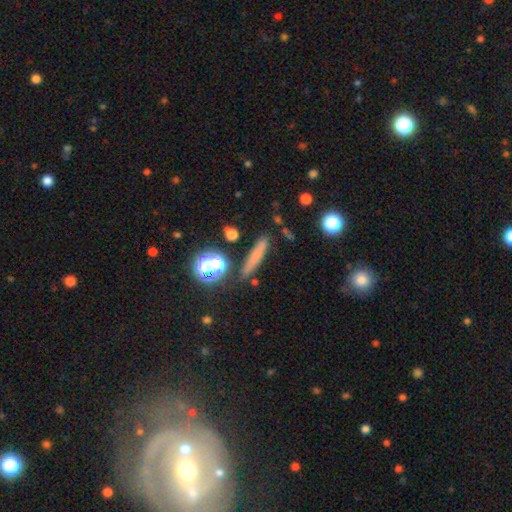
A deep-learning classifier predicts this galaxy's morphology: smooth_or_featured: smooth (p=0.65) [alt: featured or disk p=0.20]
how_rounded: cigar-shaped (p=0.85) [alt: in between p=0.08]
merging: none (p=0.83) [alt: minor disturbance p=0.10]